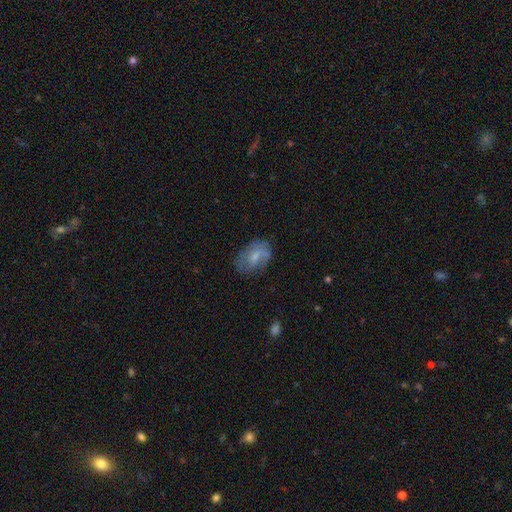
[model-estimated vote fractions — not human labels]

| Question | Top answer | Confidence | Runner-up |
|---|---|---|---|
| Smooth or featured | smooth | 47% | featured or disk (45%) |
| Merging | none | 60% | minor disturbance (25%) |